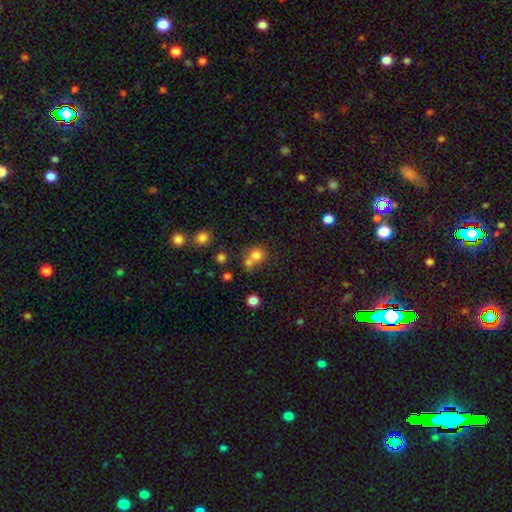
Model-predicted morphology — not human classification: Overall: smooth (77%). How rounded: round (82%). Merging: none (47%; merger 40%).